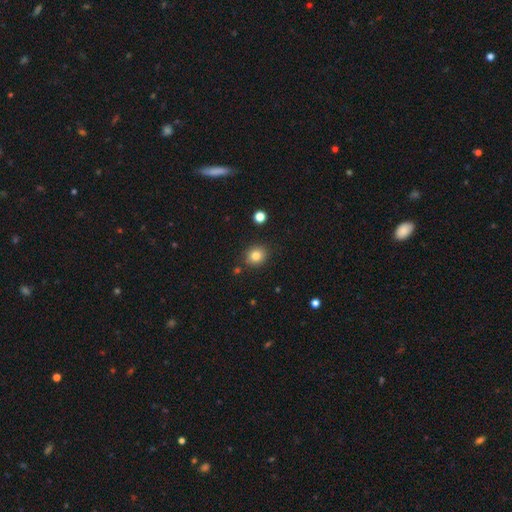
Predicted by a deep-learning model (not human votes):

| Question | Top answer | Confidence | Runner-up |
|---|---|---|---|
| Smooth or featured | smooth | 82% | star or artifact (11%) |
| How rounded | round | 76% | in between (23%) |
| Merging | none | 86% | minor disturbance (8%) |